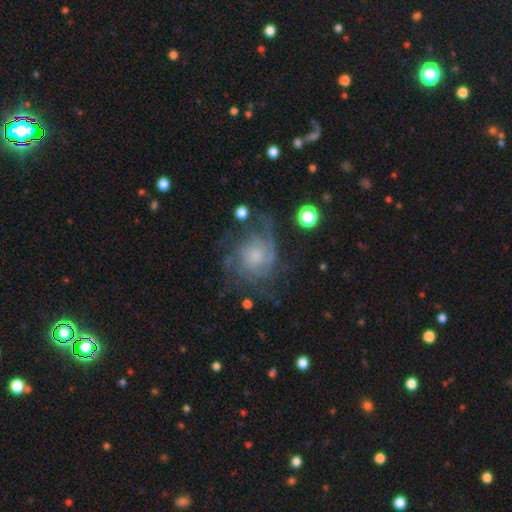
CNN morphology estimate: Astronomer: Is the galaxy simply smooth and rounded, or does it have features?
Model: featured or disk — 73%.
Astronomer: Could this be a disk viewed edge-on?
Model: no — 98%.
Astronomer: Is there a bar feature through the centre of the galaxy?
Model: no — 77%.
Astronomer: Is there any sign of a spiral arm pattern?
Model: yes — 88%.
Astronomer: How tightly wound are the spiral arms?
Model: medium — 40% (runner-up: tight, 39%).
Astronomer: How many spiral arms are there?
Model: can't tell — 39% (runner-up: 3, 19%).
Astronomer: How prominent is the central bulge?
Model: small — 40% (runner-up: moderate, 38%).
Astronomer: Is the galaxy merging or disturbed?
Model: none — 55%.